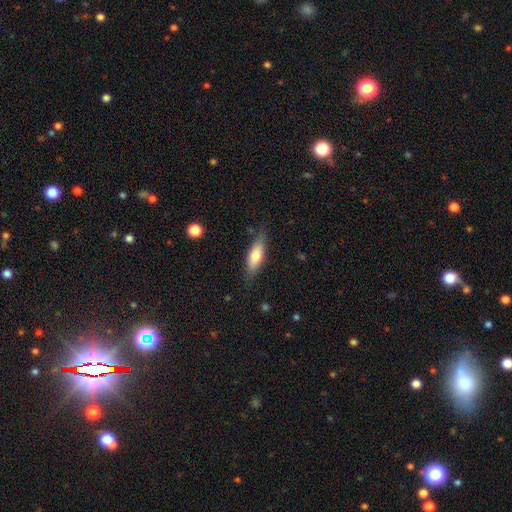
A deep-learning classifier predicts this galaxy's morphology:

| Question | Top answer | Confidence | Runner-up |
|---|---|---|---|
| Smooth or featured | smooth | 68% | featured or disk (26%) |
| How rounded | in between | 59% | cigar-shaped (39%) |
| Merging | none | 78% | minor disturbance (17%) |